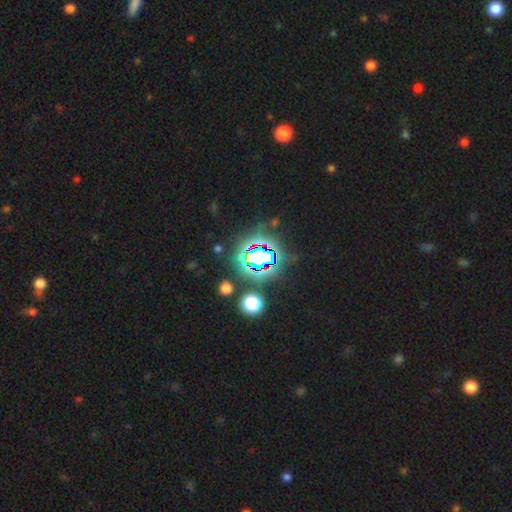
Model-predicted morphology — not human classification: Smooth or featured?
  - star or artifact: 76% *
  - smooth: 14%
  - featured or disk: 10%